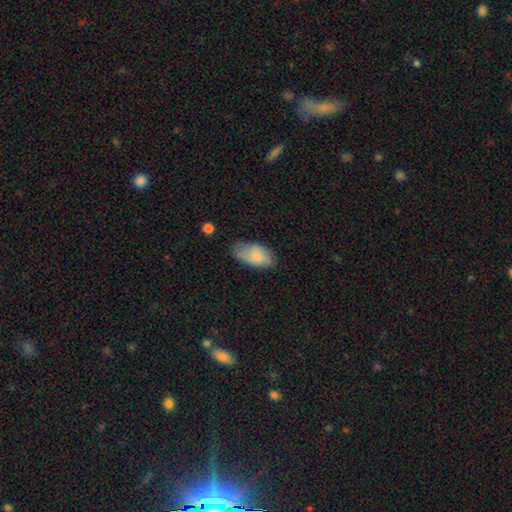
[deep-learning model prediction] Morphology: type=smooth (78%); roundness=in between (94%); merging=none (53%).